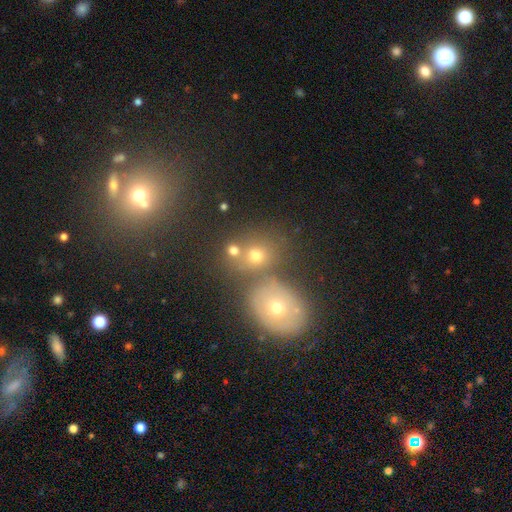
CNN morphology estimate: The model was most divided on "merging": none: 51%, merger: 34%, minor disturbance: 10%, major disturbance: 5%. More confident: how rounded — round (65%); smooth or featured — smooth (63%).